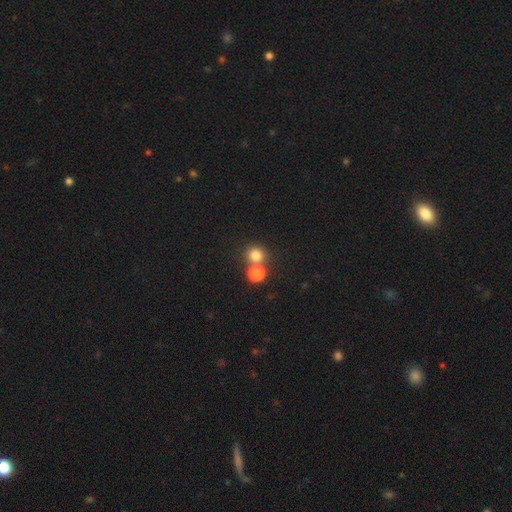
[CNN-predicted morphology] This is likely a smooth galaxy (78%). How rounded: clearly round (88%). Merging: possibly none (59%).